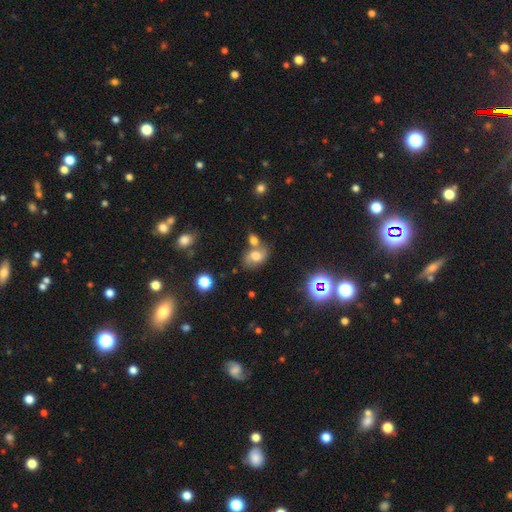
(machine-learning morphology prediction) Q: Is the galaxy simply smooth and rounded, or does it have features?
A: smooth — 57%.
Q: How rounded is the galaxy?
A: in between — 73%.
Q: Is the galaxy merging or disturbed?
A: none — 45%.